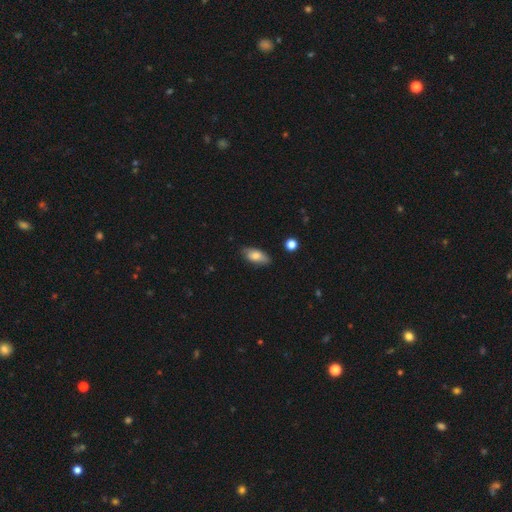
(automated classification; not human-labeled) Smooth or featured? smooth (74%)
How rounded? in between (86%)
Merging? none (77%)